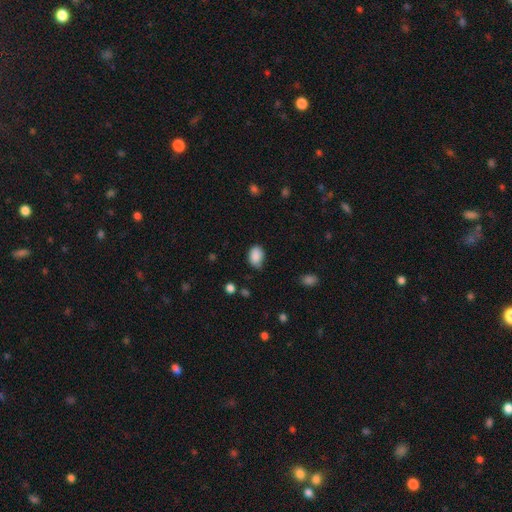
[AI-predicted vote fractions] This appears to be a smooth galaxy with no disk features (88%) that is in between round and cigar-shaped (81%). Merging: none (66%).